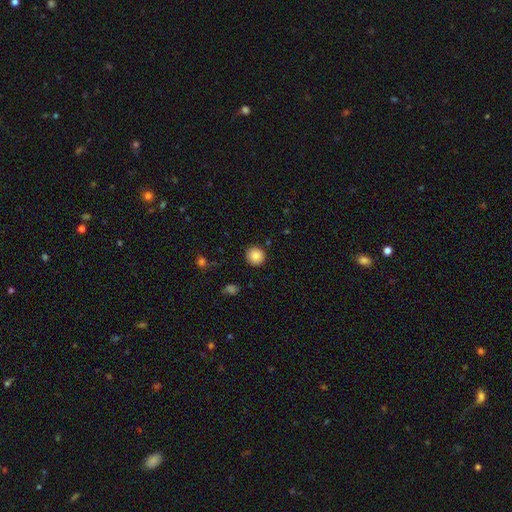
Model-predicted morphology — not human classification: smooth 86%, star or artifact 9%, featured or disk 4%. Down the decision tree: how rounded — round (93%); merging — none (91%).